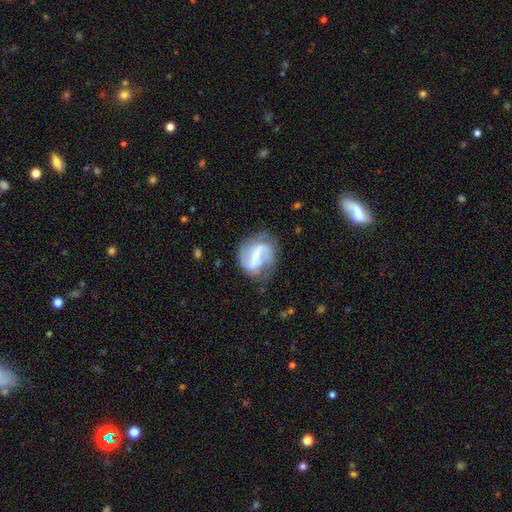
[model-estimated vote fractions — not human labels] A featured or disk galaxy (81%) with a strong bar (49%), 2 (83%) medium (44%) spiral arms (91%) and a small central bulge (51%).

Vote fractions:
- Smooth or featured? featured or disk: 81% / smooth: 13% / star or artifact: 6%
- Edge-on disk? no: 97% / yes: 3%
- Bar? strong: 49% / weak: 40% / no: 11%
- Spiral arms? yes: 91% / no: 9%
- Spiral winding? medium: 44% / loose: 38% / tight: 17%
- Spiral arm count? 2: 83% / can't tell: 7% / 1: 4% / 3: 4% / 4: 1% / more than 4: 1%
- Bulge size? small: 51% / moderate: 36% / none: 8% / large: 4% / dominant: 1%
- Merging? none: 67% / minor disturbance: 21% / major disturbance: 11% / merger: 2%